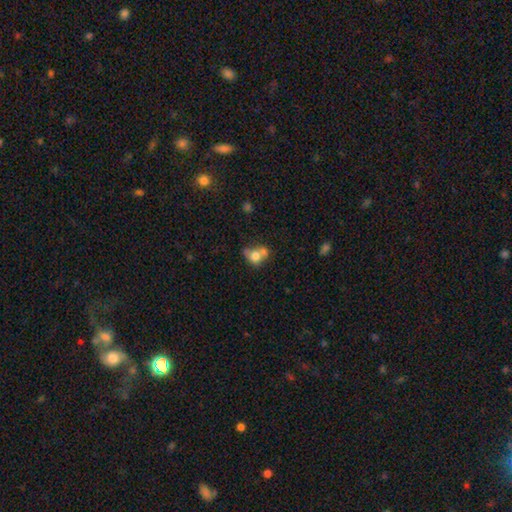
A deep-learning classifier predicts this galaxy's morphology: This is likely a smooth galaxy (70%). How rounded: possibly round (59%). Merging: possibly merger (55%).